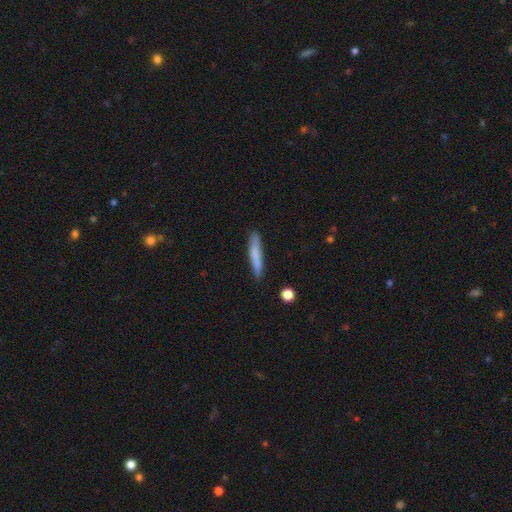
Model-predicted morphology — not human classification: The model was most divided on "smooth or featured": smooth: 74%, featured or disk: 20%, star or artifact: 6%. More confident: how rounded — cigar-shaped (94%); merging — none (86%).